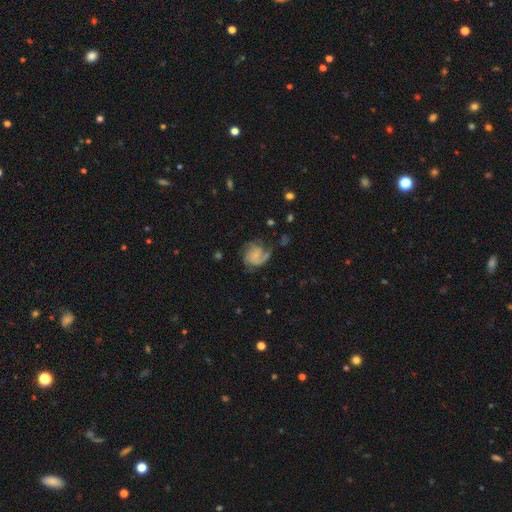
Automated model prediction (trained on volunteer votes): Morphology: type=featured or disk (69%); edge-on=no (98%); bar=no (69%); spiral arms=yes (91%); winding=medium (42%); arm count=2 (31%); bulge=small (50%); merging=none (51%).